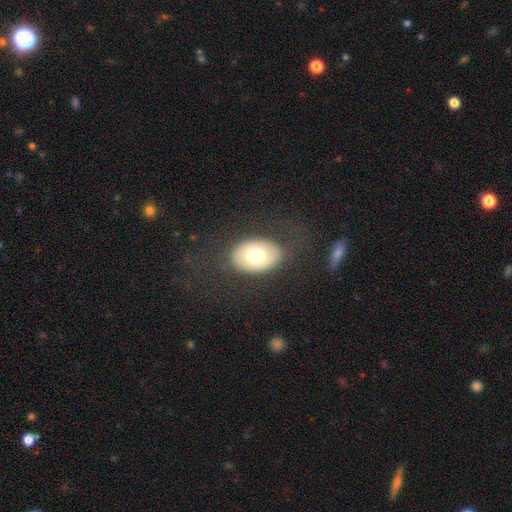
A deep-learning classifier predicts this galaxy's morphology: Q: Smooth or featured?
A: smooth (63%); runner-up: featured or disk (30%)
Q: How rounded?
A: in between (83%); runner-up: round (16%)
Q: Merging?
A: none (78%); runner-up: minor disturbance (13%)